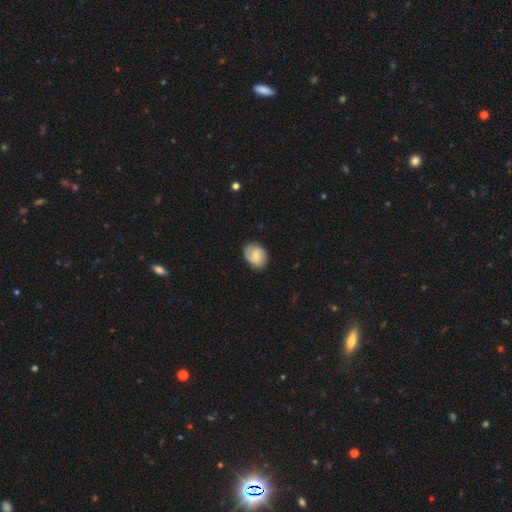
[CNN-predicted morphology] smooth_or_featured: smooth (p=0.57) [alt: featured or disk p=0.36]
how_rounded: in between (p=0.52) [alt: round p=0.47]
merging: none (p=0.79) [alt: minor disturbance p=0.17]